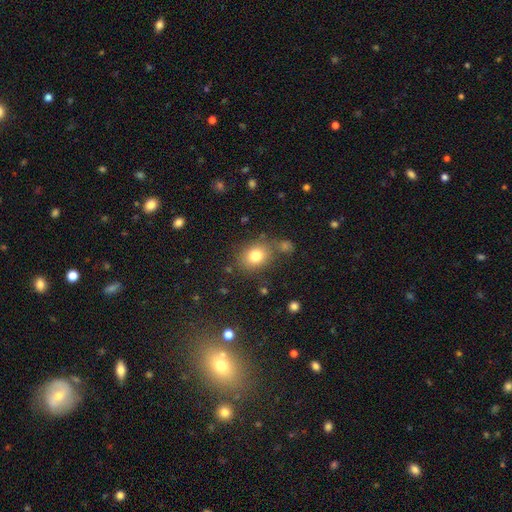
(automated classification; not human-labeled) Smooth or featured? Predicted: smooth (p=0.79). How rounded? Predicted: round (p=0.59). Merging? Predicted: none (p=0.75).